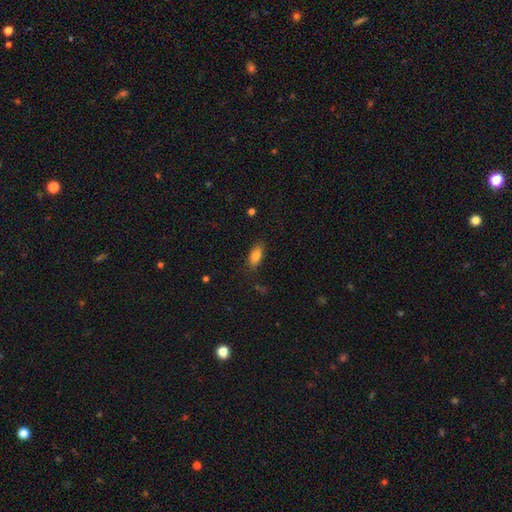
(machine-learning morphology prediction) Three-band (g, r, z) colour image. It shows a smooth galaxy with no disk features (82%) that is in between round and cigar-shaped (84%). Merging: none (82%).